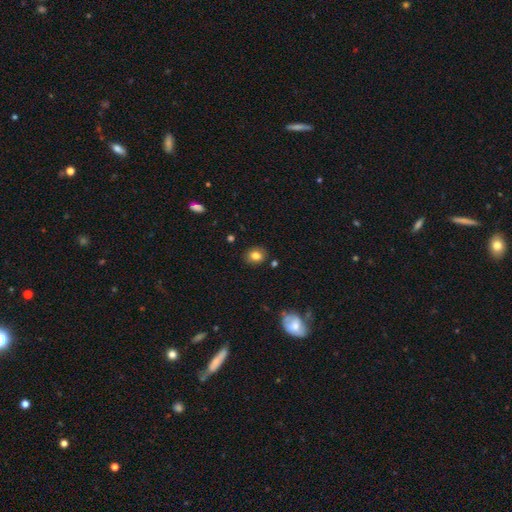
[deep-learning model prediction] smooth-or-featured: smooth: 80% | star or artifact: 10% | featured or disk: 10%
  how-rounded: round: 53% | in between: 46% | cigar-shaped: 1%
  merging: none: 86% | minor disturbance: 10% | major disturbance: 2% | merger: 2%